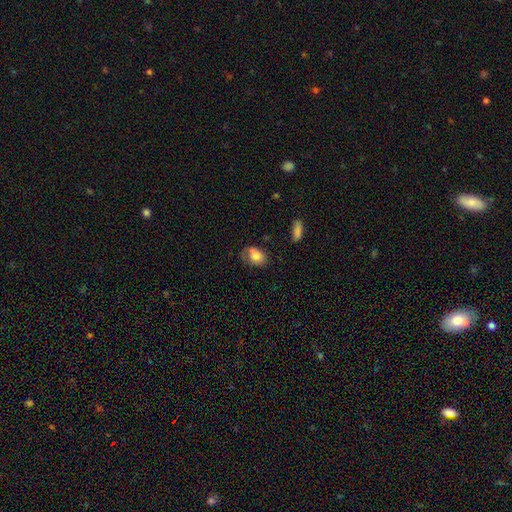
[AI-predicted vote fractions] This is likely a smooth galaxy (76%). How rounded: likely in between (78%). Merging: marginally none (44%).